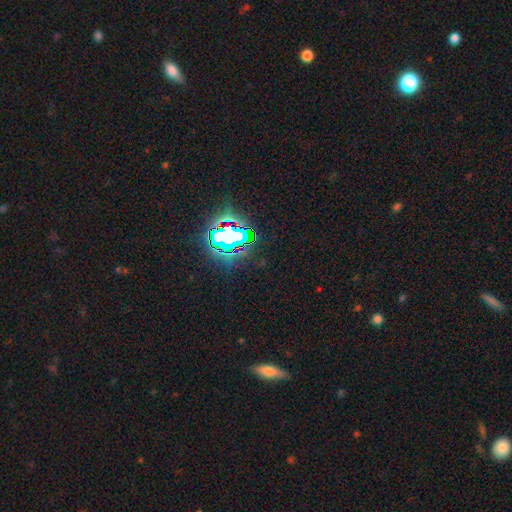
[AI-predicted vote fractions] Smooth or featured: star or artifact — 78% (smooth — 13%)